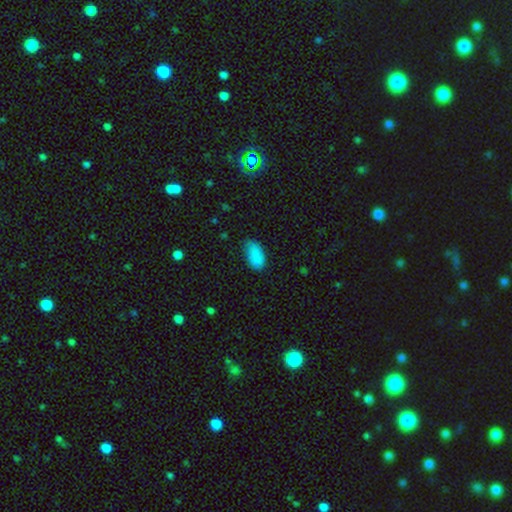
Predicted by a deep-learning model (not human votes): Morphology: type=smooth (87%); roundness=in between (94%); merging=none (69%).